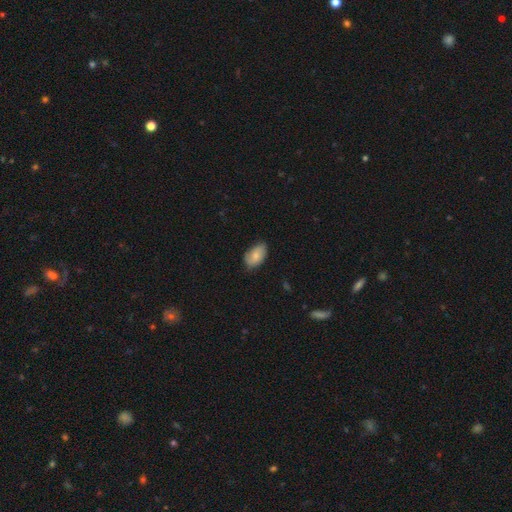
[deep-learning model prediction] Q: Smooth or featured?
A: smooth (79%); runner-up: featured or disk (15%)
Q: How rounded?
A: in between (93%); runner-up: round (6%)
Q: Merging?
A: none (74%); runner-up: minor disturbance (22%)